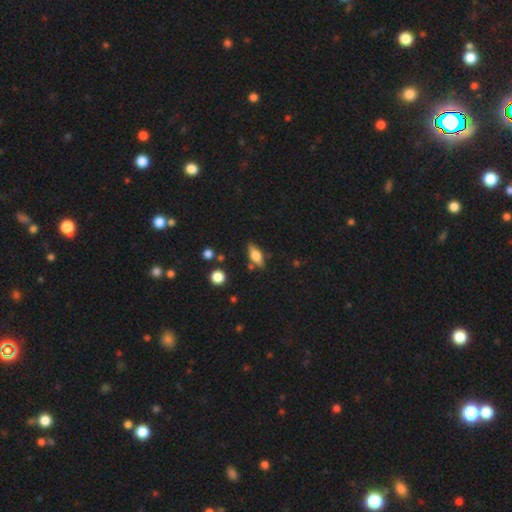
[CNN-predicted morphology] smooth_or_featured: smooth (p=0.61) [alt: featured or disk p=0.31]
how_rounded: in between (p=0.74) [alt: cigar-shaped p=0.22]
merging: none (p=0.78) [alt: minor disturbance p=0.14]